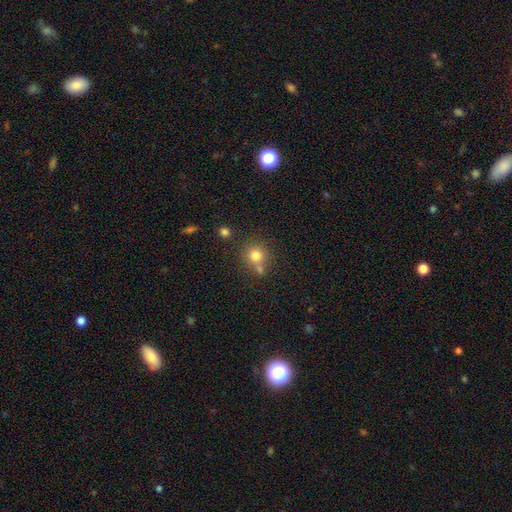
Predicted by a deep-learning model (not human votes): Overall: smooth (78%). How rounded: round (89%). Merging: none (60%; merger 26%).